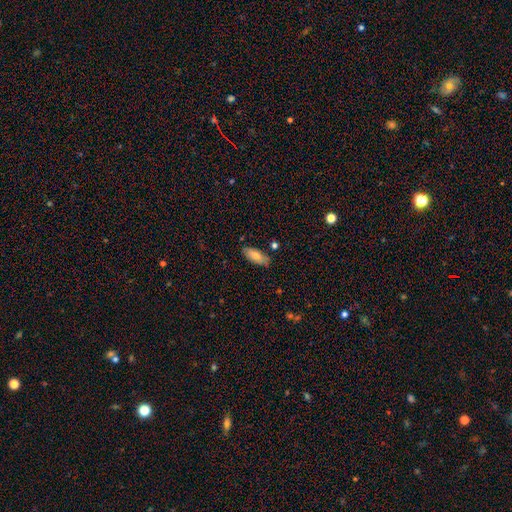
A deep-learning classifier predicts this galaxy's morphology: This appears to be a smooth galaxy with no disk features (77%) that is in between round and cigar-shaped (79%). Merging: none (81%).